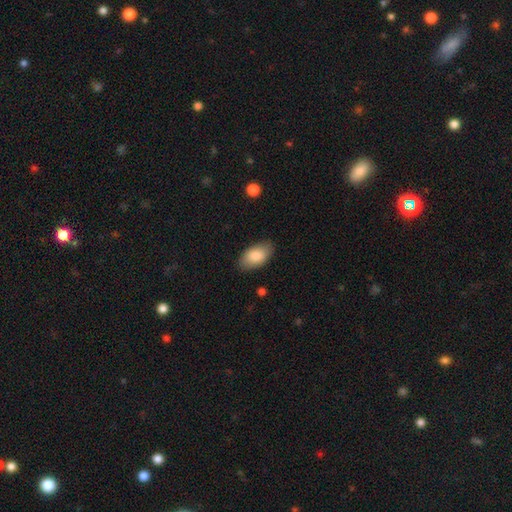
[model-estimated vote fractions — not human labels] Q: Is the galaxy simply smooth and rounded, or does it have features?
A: smooth — 86%.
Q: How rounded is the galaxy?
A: in between — 94%.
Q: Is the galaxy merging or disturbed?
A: none — 84%.